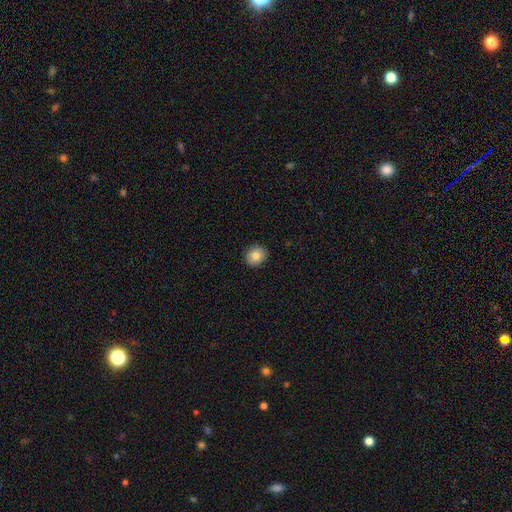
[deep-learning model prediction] A smooth galaxy with no disk features (82%) that is round (79%). Merging: none (91%).